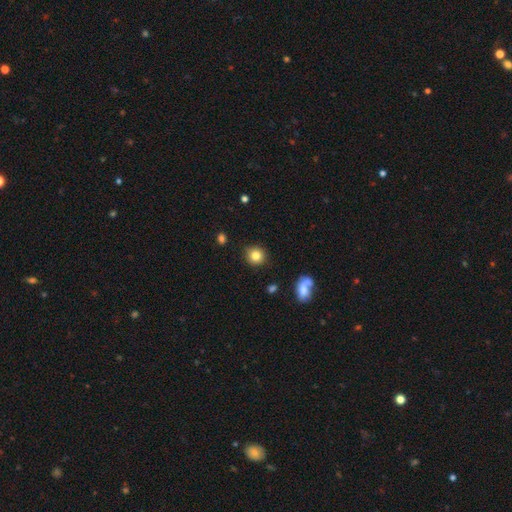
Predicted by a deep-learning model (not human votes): Overall: smooth (84%). How rounded: round (88%). Merging: none (87%).